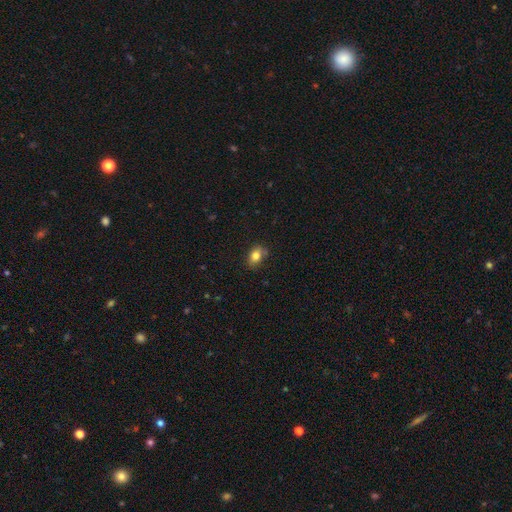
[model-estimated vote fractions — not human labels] This is clearly a smooth galaxy (81%). How rounded: likely in between (78%). Merging: likely none (72%).